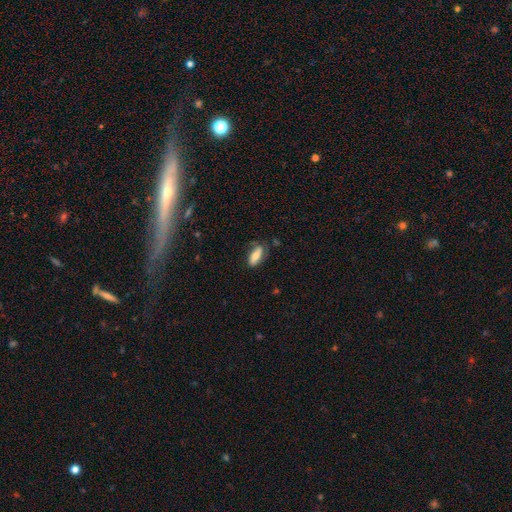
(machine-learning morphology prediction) This appears to be a smooth galaxy with no disk features (71%) that is in between round and cigar-shaped (75%). Merging: none (67%).